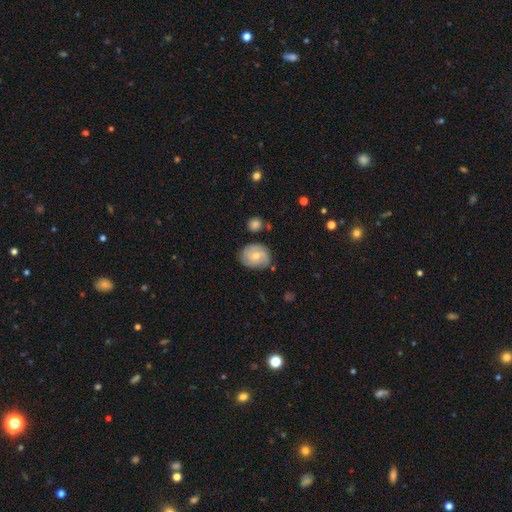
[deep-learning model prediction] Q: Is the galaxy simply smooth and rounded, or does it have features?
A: featured or disk — 55%.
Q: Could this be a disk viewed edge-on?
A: no — 97%.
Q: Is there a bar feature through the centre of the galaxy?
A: no — 63%.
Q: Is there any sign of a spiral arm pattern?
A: yes — 85%.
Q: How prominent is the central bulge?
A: moderate — 50%.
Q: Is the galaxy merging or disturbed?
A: none — 72%.